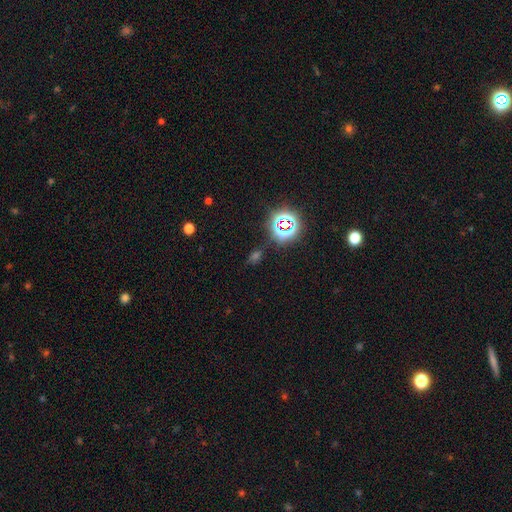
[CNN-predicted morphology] Smooth or featured: star or artifact — 63% (smooth — 28%)